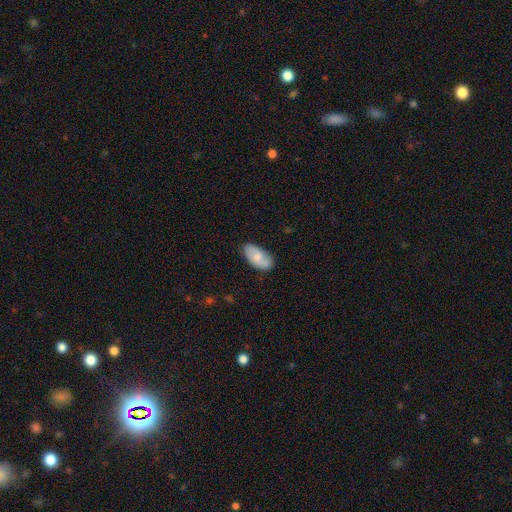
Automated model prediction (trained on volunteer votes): smooth 70%, featured or disk 24%, star or artifact 6%. Down the decision tree: how rounded — in between (94%); merging — none (71%).